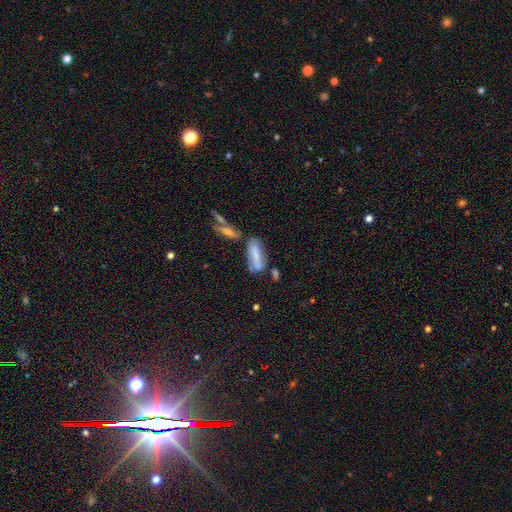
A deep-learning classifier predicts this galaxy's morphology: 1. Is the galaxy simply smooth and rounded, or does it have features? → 54% smooth, 35% featured or disk, 10% star or artifact.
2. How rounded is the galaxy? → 63% in between, 34% cigar-shaped, 3% round.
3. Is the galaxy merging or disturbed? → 42% none, 24% merger, 22% minor disturbance, 12% major disturbance.